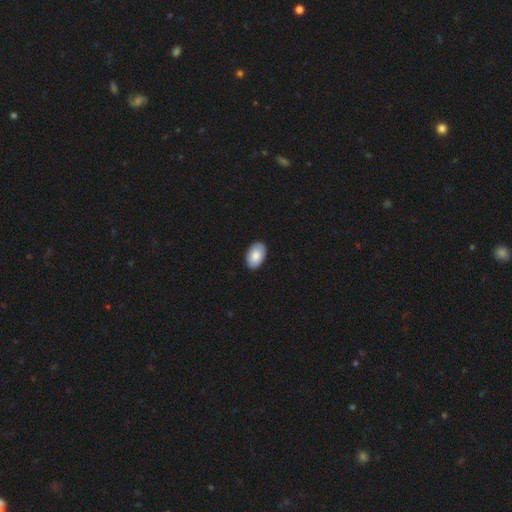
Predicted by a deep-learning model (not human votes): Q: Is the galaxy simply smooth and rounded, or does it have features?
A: smooth — 86%.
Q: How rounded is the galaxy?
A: in between — 94%.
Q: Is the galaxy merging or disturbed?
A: none — 90%.